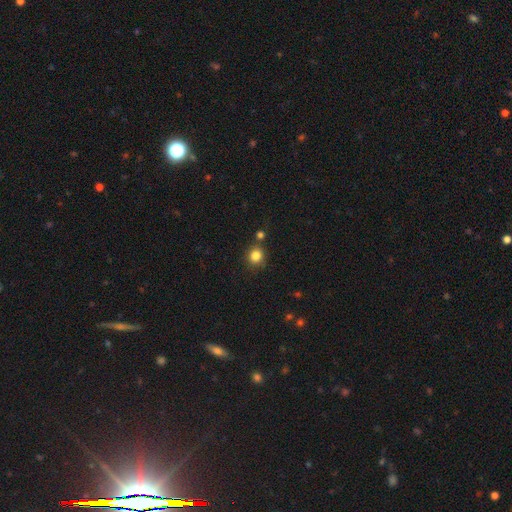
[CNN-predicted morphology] This is clearly a smooth galaxy (83%). How rounded: clearly round (86%). Merging: likely none (79%).